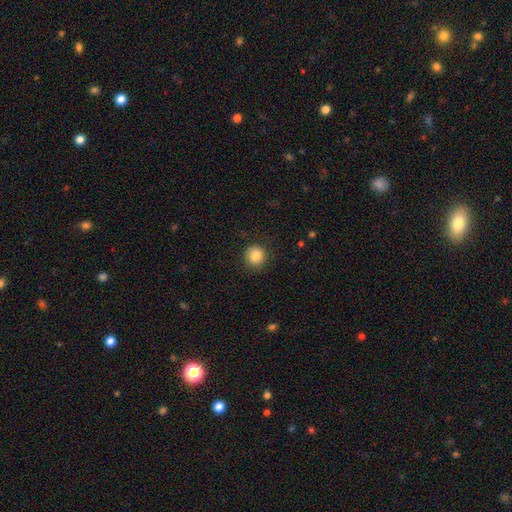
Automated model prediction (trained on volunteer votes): A smooth galaxy with no disk features (84%) that is round (94%). Merging: none (90%).